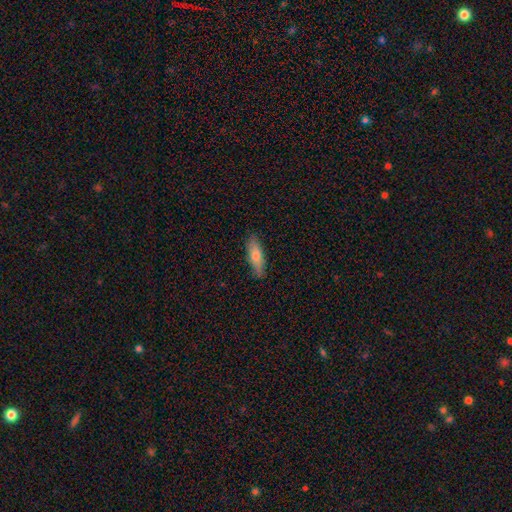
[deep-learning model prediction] smooth_or_featured: smooth (p=0.70) [alt: featured or disk p=0.24]
how_rounded: cigar-shaped (p=0.54) [alt: in between p=0.43]
merging: none (p=0.85) [alt: minor disturbance p=0.12]